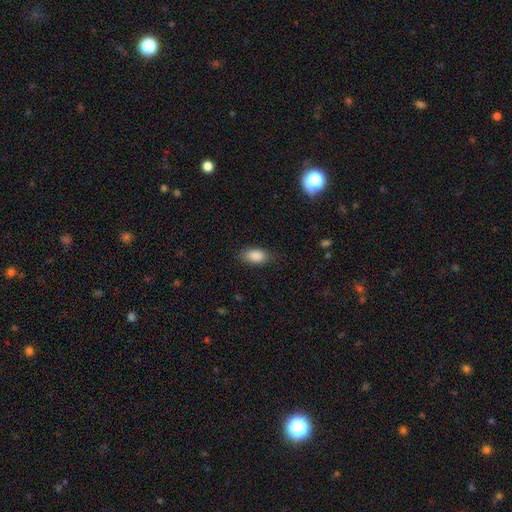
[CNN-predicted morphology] smooth_or_featured: smooth (p=0.88) [alt: star or artifact p=0.07]
how_rounded: in between (p=0.91) [alt: round p=0.05]
merging: none (p=0.82) [alt: minor disturbance p=0.14]